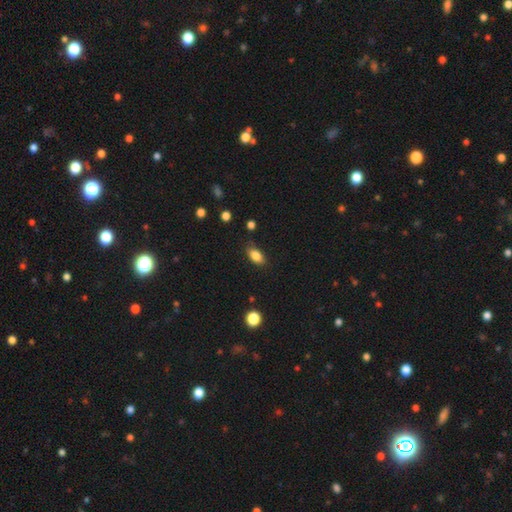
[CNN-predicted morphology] This appears to be a smooth galaxy with no disk features (85%) that is in between round and cigar-shaped (89%). Merging: none (81%).